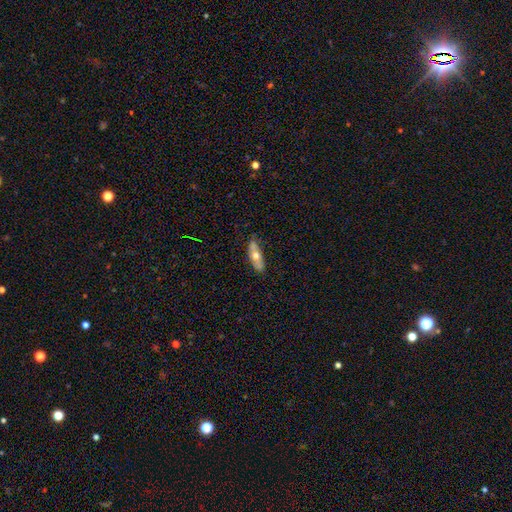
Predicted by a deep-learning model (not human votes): The model was most divided on "how rounded": in between: 58%, cigar-shaped: 39%, round: 3%. More confident: merging — none (81%); smooth or featured — smooth (56%).